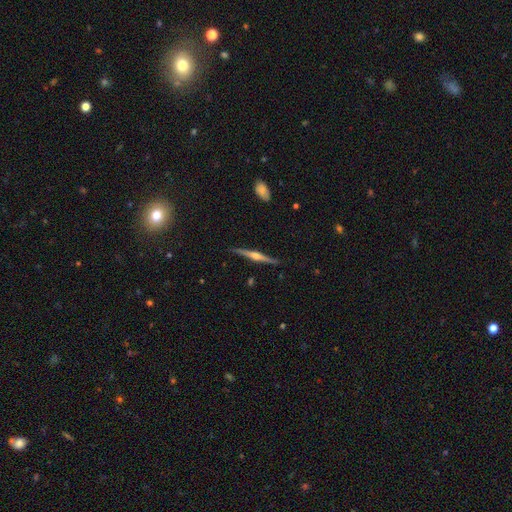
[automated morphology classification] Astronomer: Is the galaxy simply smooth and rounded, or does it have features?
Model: featured or disk — 80%.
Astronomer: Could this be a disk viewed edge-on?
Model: yes — 98%.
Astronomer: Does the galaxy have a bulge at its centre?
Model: rounded — 89%.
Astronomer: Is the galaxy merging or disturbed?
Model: none — 89%.